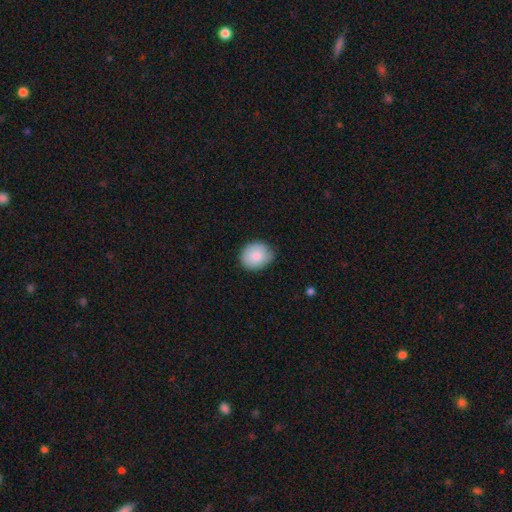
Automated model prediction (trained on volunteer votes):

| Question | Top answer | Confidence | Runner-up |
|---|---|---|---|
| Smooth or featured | smooth | 85% | featured or disk (8%) |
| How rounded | round | 63% | in between (36%) |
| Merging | none | 76% | minor disturbance (20%) |